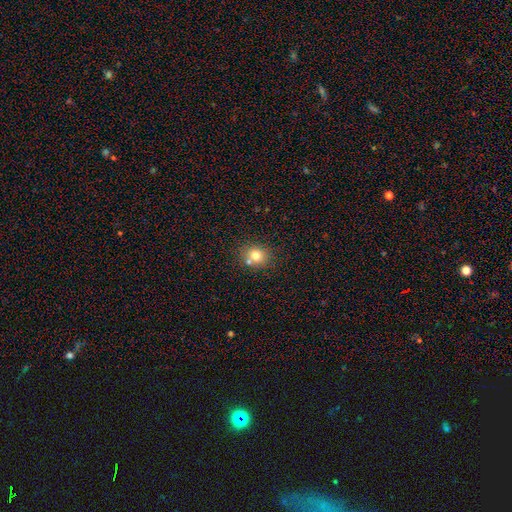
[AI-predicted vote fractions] A smooth galaxy with no disk features (77%) that is round (77%).

Vote fractions:
- Smooth or featured? smooth: 77% / star or artifact: 13% / featured or disk: 11%
- How rounded? round: 77% / in between: 22% / cigar-shaped: 1%
- Merging? none: 68% / merger: 19% / minor disturbance: 10% / major disturbance: 3%